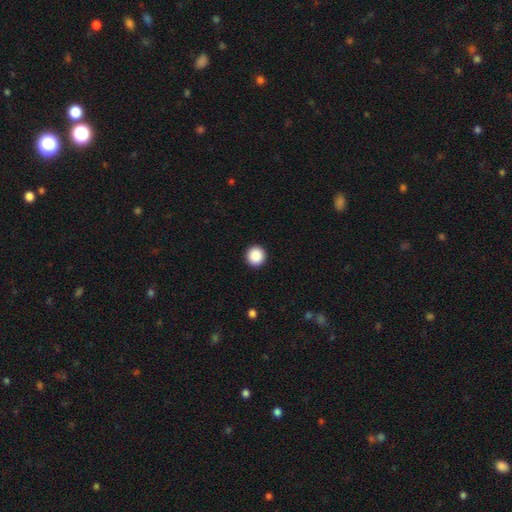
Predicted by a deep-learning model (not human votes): A smooth galaxy with no disk features (89%) that is round (94%). Merging: none (93%).